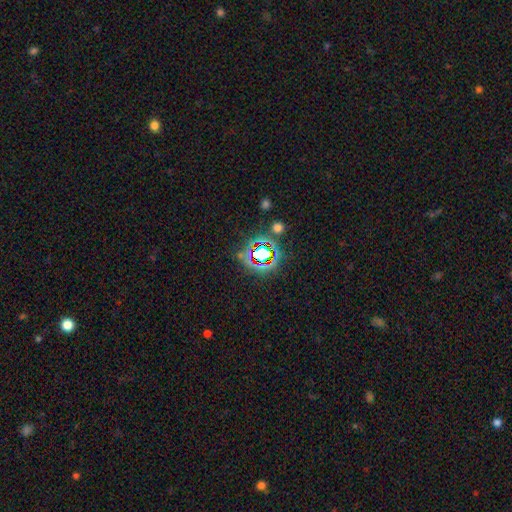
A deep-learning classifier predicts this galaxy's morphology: star or artifact 69%, smooth 20%, featured or disk 11%.